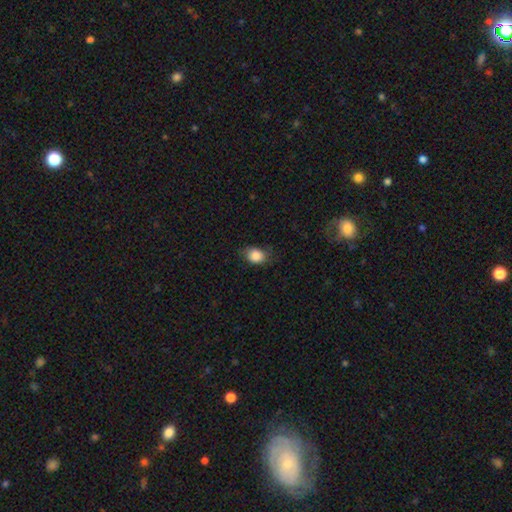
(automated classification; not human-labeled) smooth-or-featured: smooth: 87% | star or artifact: 8% | featured or disk: 5%
  how-rounded: in between: 59% | round: 40% | cigar-shaped: 1%
  merging: none: 69% | minor disturbance: 25% | major disturbance: 6% | merger: 1%